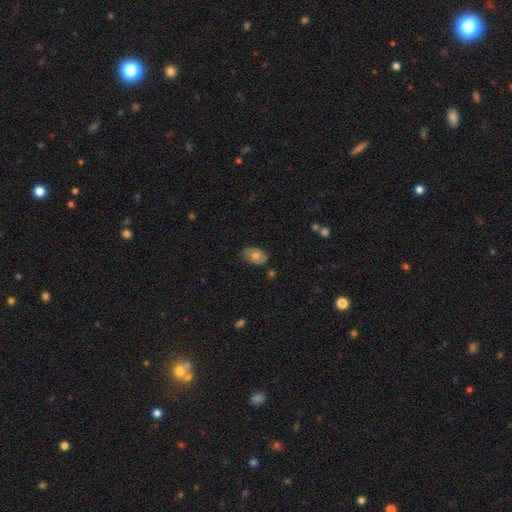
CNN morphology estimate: Overall: smooth (61%; featured or disk 32%). How rounded: in between (85%). Merging: none (75%).